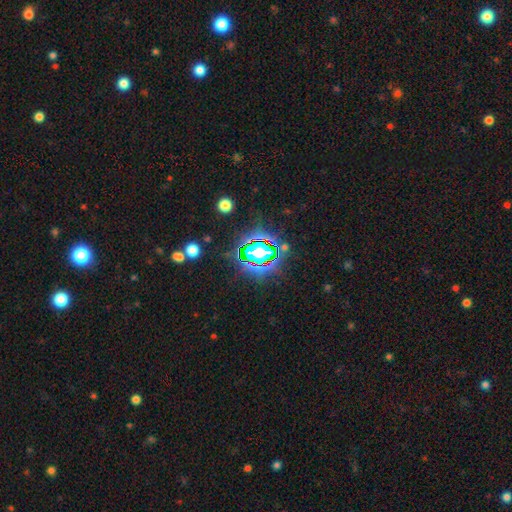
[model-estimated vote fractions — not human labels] A star or artifact, not a galaxy (81%).